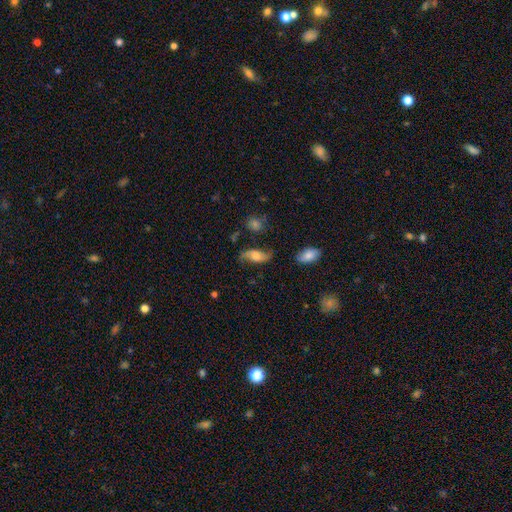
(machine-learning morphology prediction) Smooth or featured? featured or disk (65%)
Edge-on disk? no (88%)
Bar? no (65%)
Spiral arms? yes (91%)
Spiral winding? loose (79%)
Spiral arm count? 2 (91%)
Bulge size? moderate (52%)
Merging? none (72%)